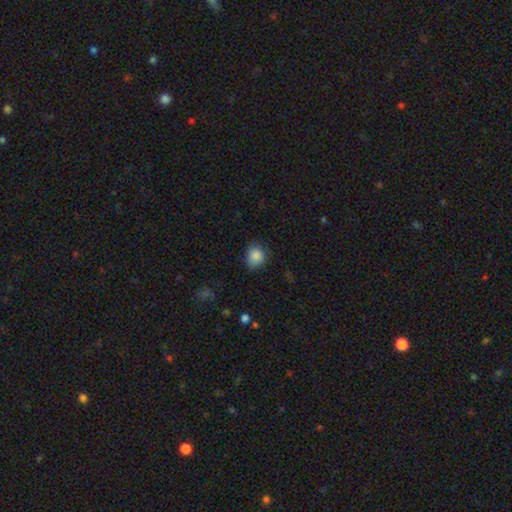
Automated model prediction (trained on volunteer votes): A smooth galaxy with no disk features (86%) that is round (75%). Merging: none (75%).